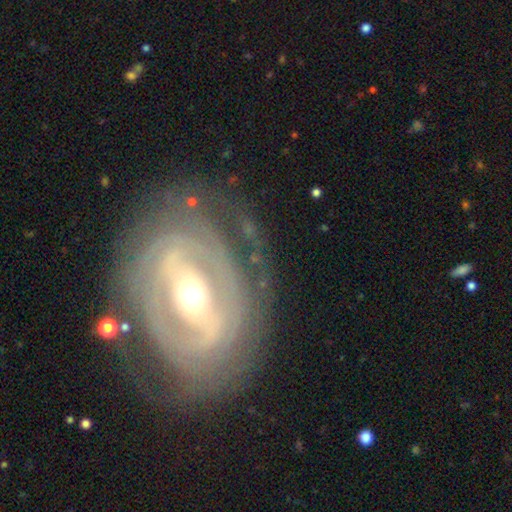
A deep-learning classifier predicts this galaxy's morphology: smooth-or-featured: featured or disk: 83% | smooth: 12% | star or artifact: 5%
  disk-edge-on: no: 94% | yes: 6%
    bar: strong: 53% | weak: 29% | no: 18%
    has-spiral-arms: yes: 66% | no: 34%
      spiral-winding: tight: 66% | medium: 24% | loose: 10%
      spiral-arm-count: 2: 41% | can't tell: 38% | 3: 8% | 1: 5% | 4: 4% | more than 4: 4%
    bulge-size: moderate: 67% | small: 23% | large: 8% | dominant: 1% | none: 1%
  merging: none: 74% | minor disturbance: 15% | major disturbance: 9% | merger: 2%